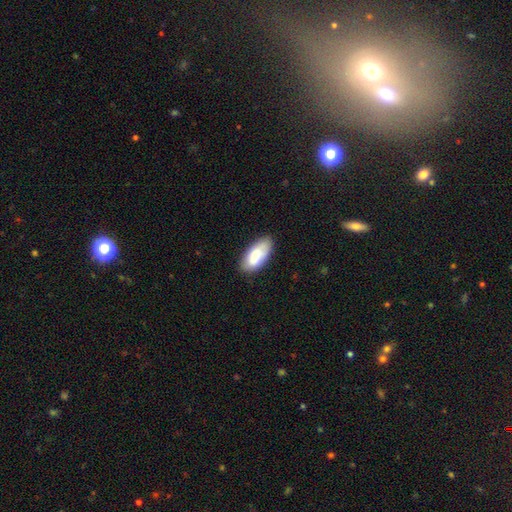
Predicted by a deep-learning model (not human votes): Smooth or featured? smooth (80%)
How rounded? in between (88%)
Merging? none (78%)